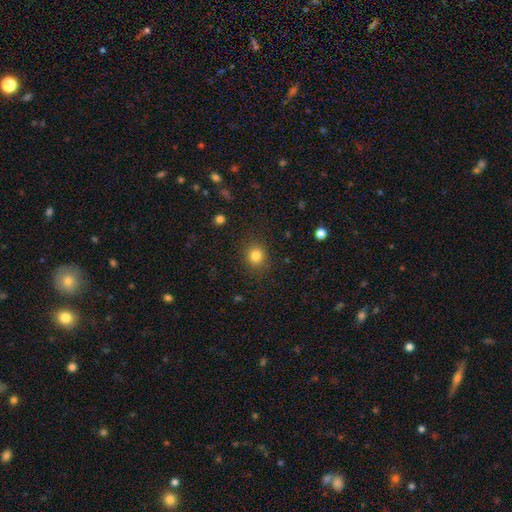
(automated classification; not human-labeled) This is clearly a smooth galaxy (82%). How rounded: clearly round (84%). Merging: clearly none (87%).